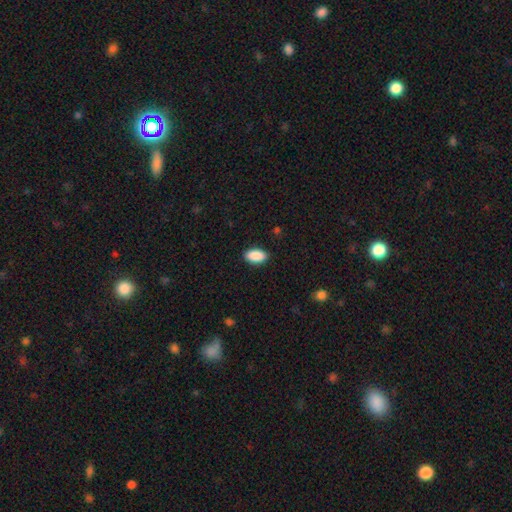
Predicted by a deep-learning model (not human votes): smooth 90%, star or artifact 7%, featured or disk 3%. Down the decision tree: how rounded — in between (94%); merging — none (89%).